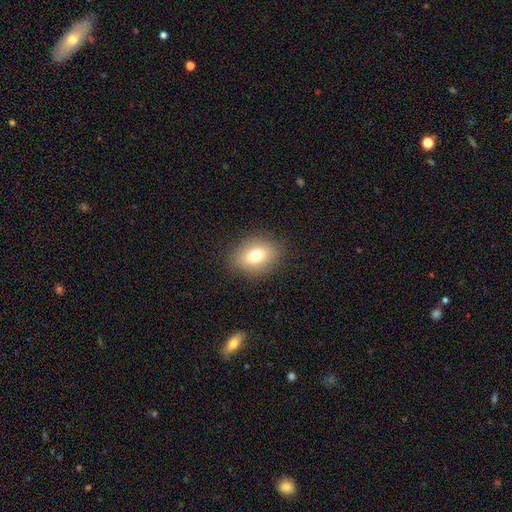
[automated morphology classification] Smooth or featured: smooth — 76% (featured or disk — 13%)
How rounded: in between — 64% (round — 35%)
Merging: none — 87% (minor disturbance — 9%)